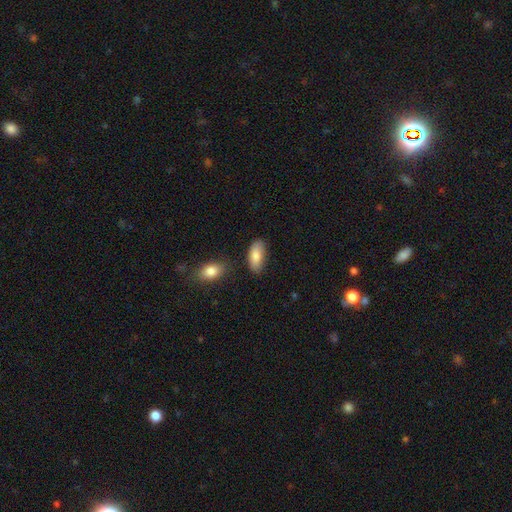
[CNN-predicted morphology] type=smooth (85%); roundness=in between (89%); merging=none (74%).